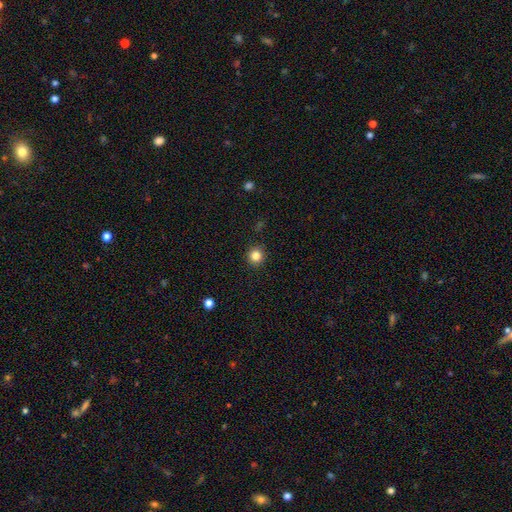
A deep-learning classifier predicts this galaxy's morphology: The model was most divided on "smooth or featured": smooth: 83%, star or artifact: 12%, featured or disk: 5%. More confident: how rounded — round (93%); merging — none (92%).